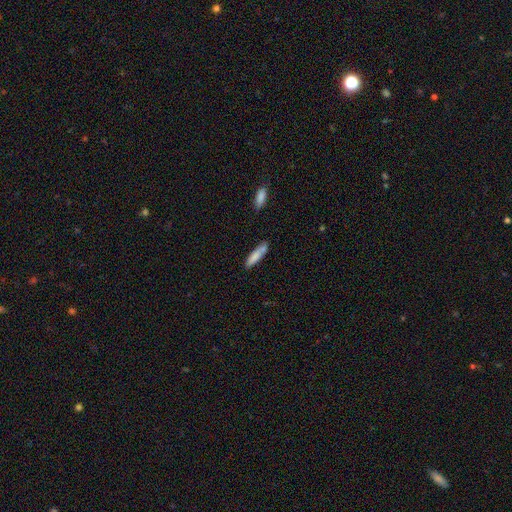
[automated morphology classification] The model was most divided on "how rounded": cigar-shaped: 75%, in between: 24%, round: 1%. More confident: smooth or featured — smooth (81%); merging — none (72%).